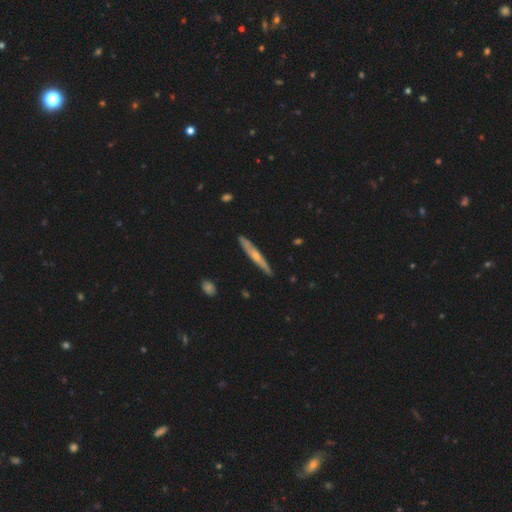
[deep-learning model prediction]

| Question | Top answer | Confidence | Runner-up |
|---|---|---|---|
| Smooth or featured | featured or disk | 58% | smooth (36%) |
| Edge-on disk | yes | 92% | no (8%) |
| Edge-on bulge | rounded | 71% | none (25%) |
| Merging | none | 86% | minor disturbance (11%) |